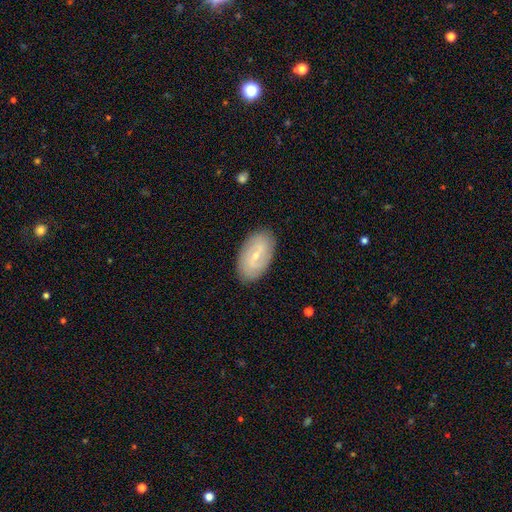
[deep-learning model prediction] Overall: featured or disk (62%; smooth 31%). Edge-on disk: no (93%). Bar: weak (52%; no 25%). Spiral arms: yes (73%). Bulge size: small (72%). Merging: none (86%).